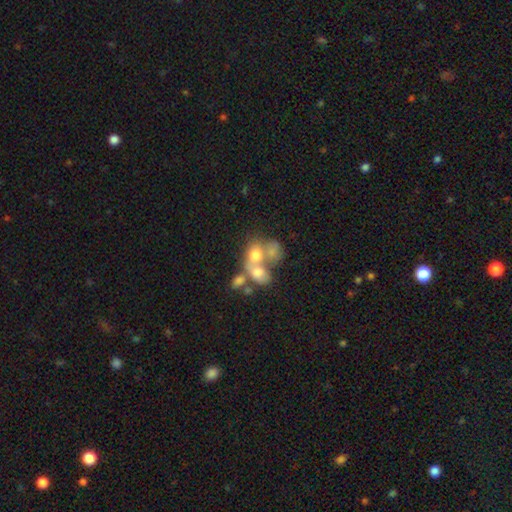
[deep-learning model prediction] Smooth or featured: smooth — 55% (featured or disk — 31%)
How rounded: in between — 53% (round — 45%)
Merging: merger — 65% (none — 19%)